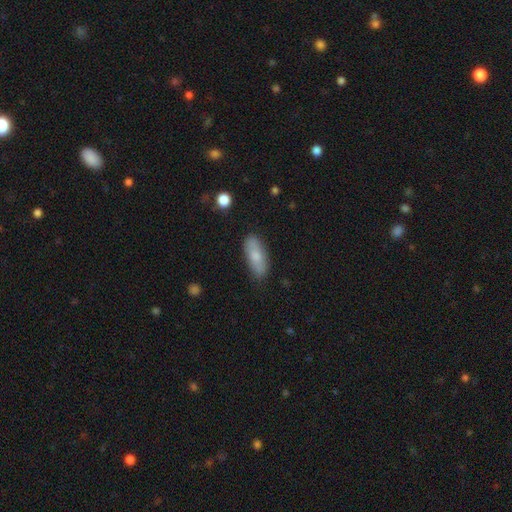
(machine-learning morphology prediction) smooth-or-featured: smooth: 76% | featured or disk: 18% | star or artifact: 6%
  how-rounded: in between: 74% | cigar-shaped: 23% | round: 3%
  merging: none: 81% | minor disturbance: 14% | major disturbance: 3% | merger: 1%